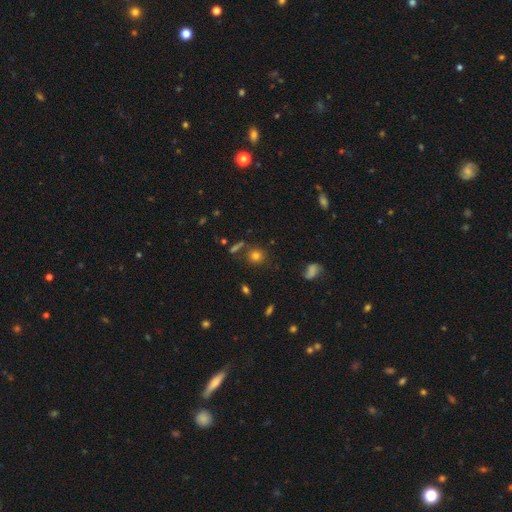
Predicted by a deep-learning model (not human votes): smooth 77%, star or artifact 14%, featured or disk 9%. Down the decision tree: how rounded — round (87%); merging — none (78%).